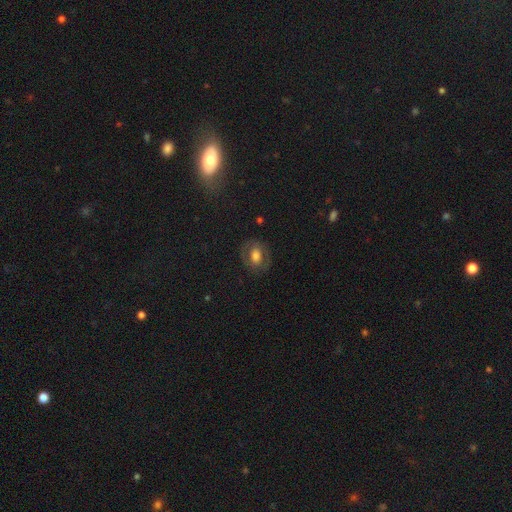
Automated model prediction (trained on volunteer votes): smooth 56%, featured or disk 35%, star or artifact 9%. Down the decision tree: how rounded — in between (60%); merging — none (78%).